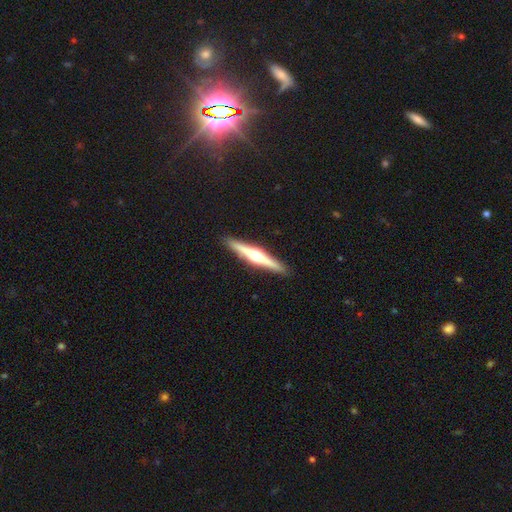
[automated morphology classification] Q: Smooth or featured?
A: featured or disk (72%); runner-up: smooth (23%)
Q: Edge-on disk?
A: yes (98%); runner-up: no (2%)
Q: Edge-on bulge?
A: rounded (92%); runner-up: none (4%)
Q: Merging?
A: none (92%); runner-up: minor disturbance (6%)